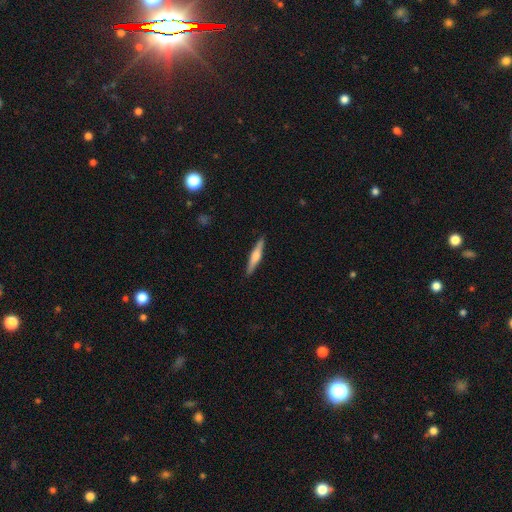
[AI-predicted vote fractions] smooth-or-featured: featured or disk: 51% | smooth: 44% | star or artifact: 5%
  disk-edge-on: yes: 97% | no: 3%
  merging: none: 91% | minor disturbance: 7% | major disturbance: 1% | merger: 1%